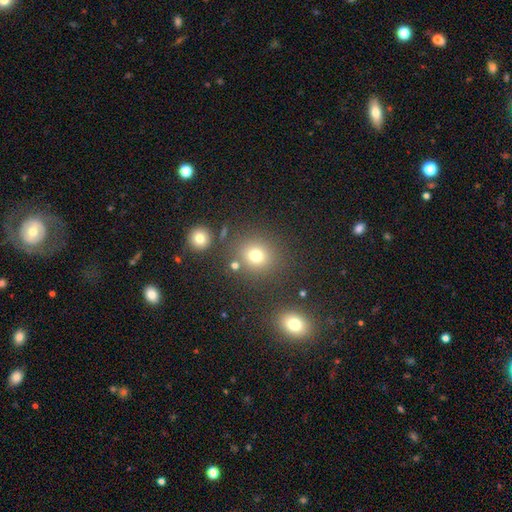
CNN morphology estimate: smooth-or-featured: smooth: 74% | star or artifact: 18% | featured or disk: 8%
  how-rounded: round: 85% | in between: 14% | cigar-shaped: 1%
  merging: none: 79% | minor disturbance: 9% | merger: 7% | major disturbance: 4%